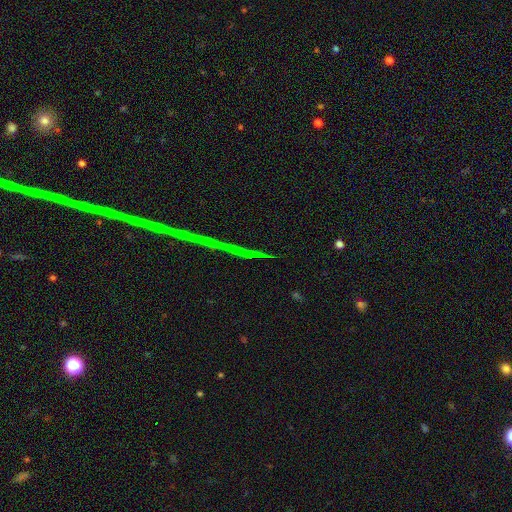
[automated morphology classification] The model was most divided on "smooth or featured": star or artifact: 78%, featured or disk: 13%, smooth: 9%.